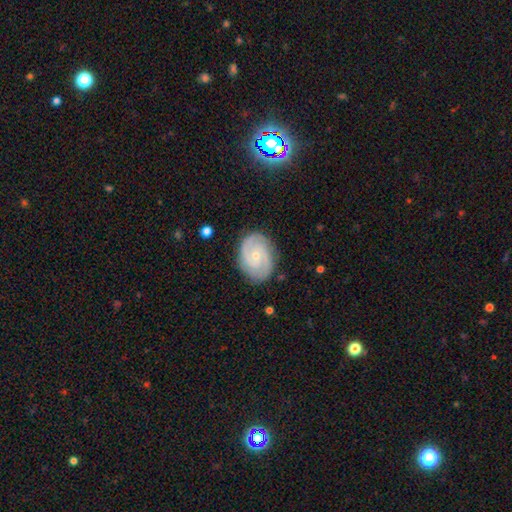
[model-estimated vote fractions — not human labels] Q: Smooth or featured?
A: featured or disk (85%); runner-up: smooth (10%)
Q: Edge-on disk?
A: no (97%); runner-up: yes (3%)
Q: Bar?
A: no (64%); runner-up: weak (31%)
Q: Spiral arms?
A: yes (97%); runner-up: no (3%)
Q: Spiral winding?
A: tight (56%); runner-up: medium (37%)
Q: Spiral arm count?
A: 2 (69%); runner-up: 3 (15%)
Q: Bulge size?
A: small (68%); runner-up: moderate (29%)
Q: Merging?
A: none (83%); runner-up: minor disturbance (13%)